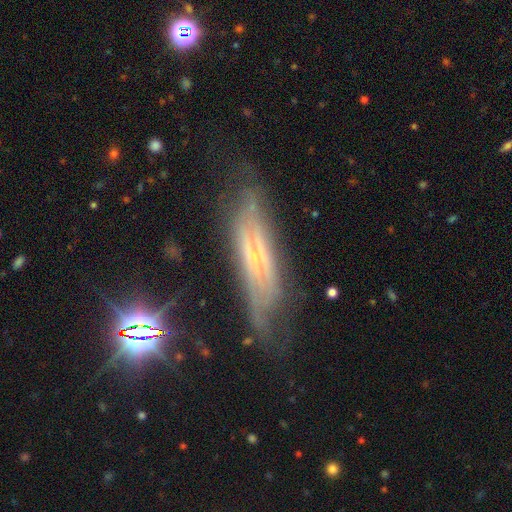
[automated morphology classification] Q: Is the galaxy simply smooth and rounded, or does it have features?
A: featured or disk — 67%.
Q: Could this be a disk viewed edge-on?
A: yes — 61%.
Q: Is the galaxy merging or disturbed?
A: none — 61%.